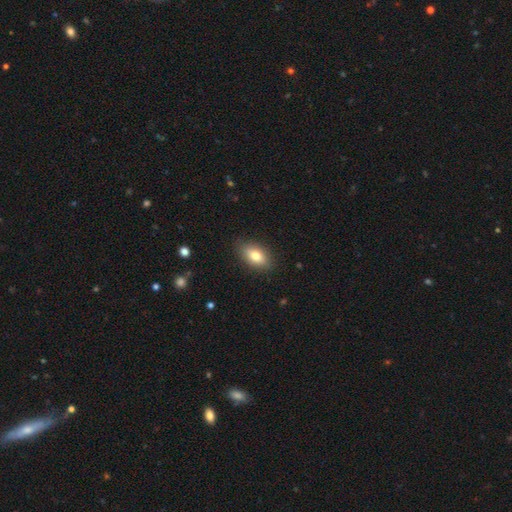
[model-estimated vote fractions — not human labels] Smooth or featured: smooth — 79% (featured or disk — 13%)
How rounded: in between — 88% (round — 8%)
Merging: none — 86% (minor disturbance — 10%)